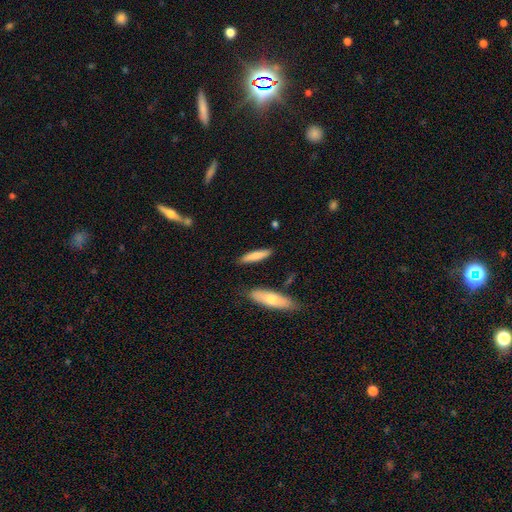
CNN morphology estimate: smooth-or-featured: smooth: 75% | featured or disk: 19% | star or artifact: 5%
  how-rounded: cigar-shaped: 80% | in between: 18% | round: 2%
  merging: none: 84% | minor disturbance: 10% | merger: 4% | major disturbance: 2%